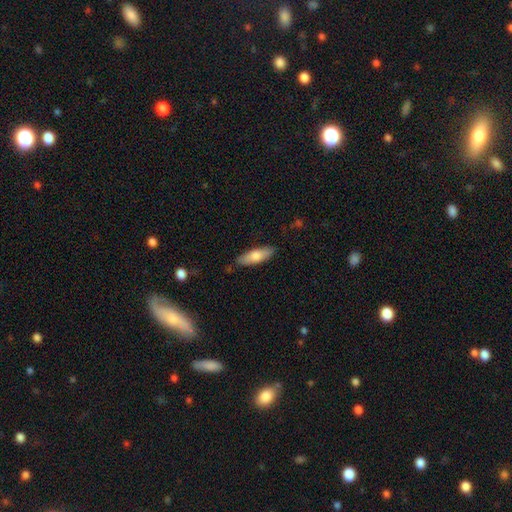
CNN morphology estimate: This appears to be a smooth galaxy with no disk features (72%) that is in between round and cigar-shaped (56%). Merging: none (85%).